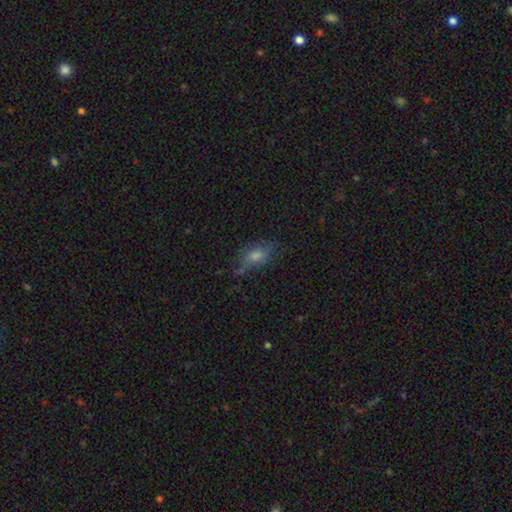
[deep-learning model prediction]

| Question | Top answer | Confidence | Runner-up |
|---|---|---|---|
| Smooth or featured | smooth | 57% | featured or disk (24%) |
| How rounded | in between | 75% | round (13%) |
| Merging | none | 62% | minor disturbance (24%) |